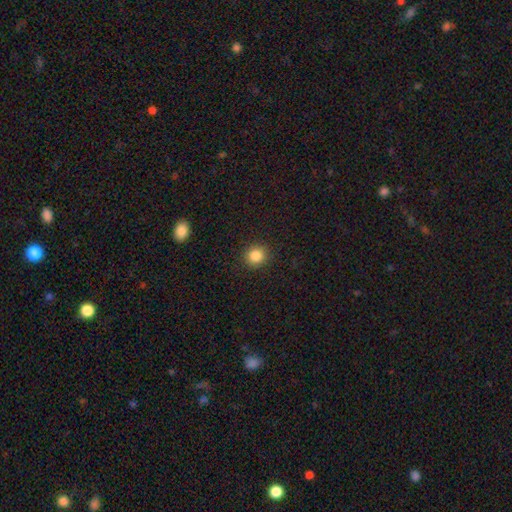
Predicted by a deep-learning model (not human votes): smooth_or_featured: smooth (p=0.85) [alt: star or artifact p=0.11]
how_rounded: round (p=0.89) [alt: in between p=0.10]
merging: none (p=0.91) [alt: minor disturbance p=0.06]